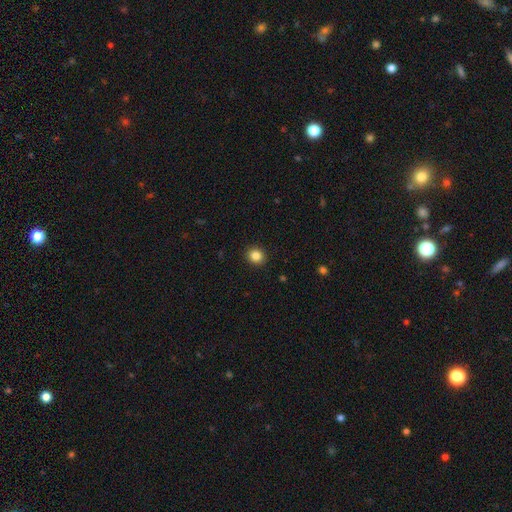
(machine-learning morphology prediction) Smooth or featured: smooth — 85% (star or artifact — 10%)
How rounded: round — 79% (in between — 20%)
Merging: none — 92% (minor disturbance — 6%)